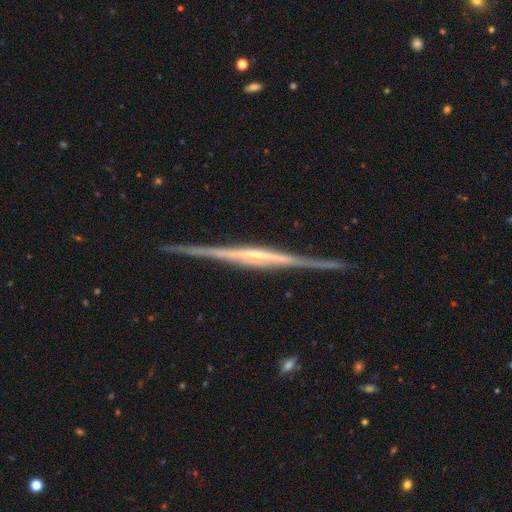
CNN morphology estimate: This appears to be a featured or disk galaxy (88%) viewed edge-on (98%) with a rounded central bulge (50%). Merging: none (88%).